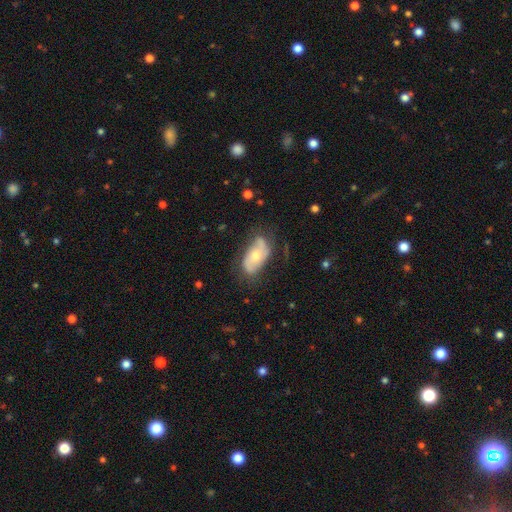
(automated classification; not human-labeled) This is likely a featured or disk galaxy (60%). It is clearly not viewed edge-on (91%). Bar: likely no (72%). Spiral arm pattern: likely yes (72%). Central bulge: likely moderate (63%). Merging: likely none (66%).